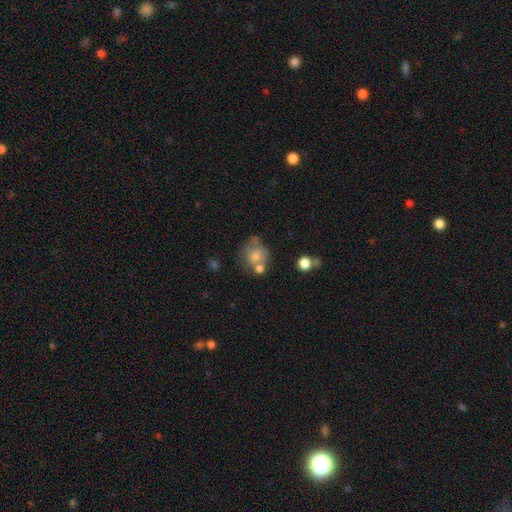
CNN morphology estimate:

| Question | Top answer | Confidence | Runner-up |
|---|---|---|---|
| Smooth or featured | smooth | 69% | featured or disk (20%) |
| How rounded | round | 76% | in between (23%) |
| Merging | none | 43% | merger (27%) |